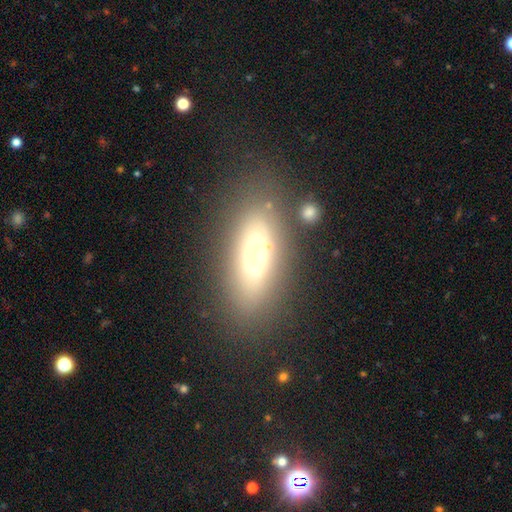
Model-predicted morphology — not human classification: smooth_or_featured: featured or disk (p=0.50) [alt: smooth p=0.39]
merging: none (p=0.74) [alt: minor disturbance p=0.14]